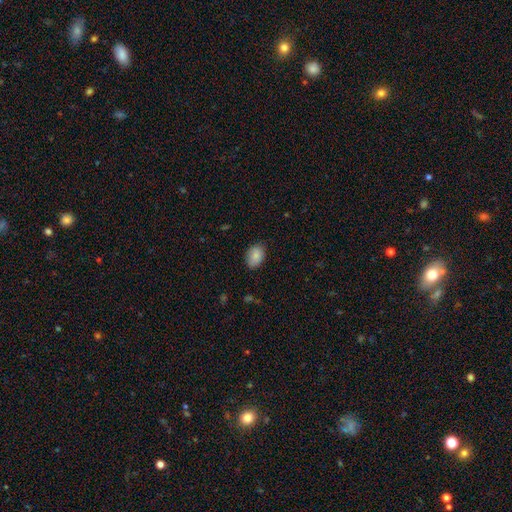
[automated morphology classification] The model was most divided on "how rounded": in between: 81%, round: 18%, cigar-shaped: 1%. More confident: smooth or featured — smooth (86%); merging — none (83%).